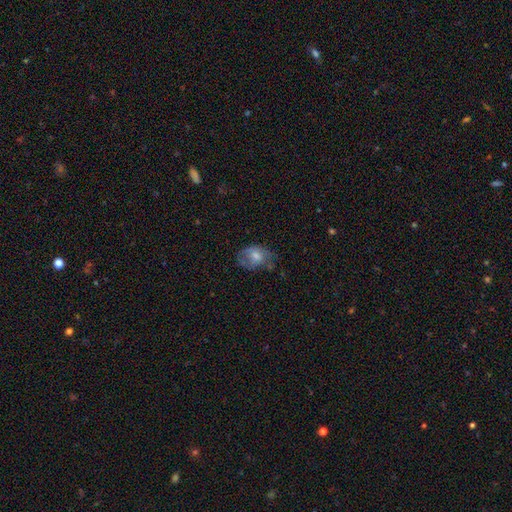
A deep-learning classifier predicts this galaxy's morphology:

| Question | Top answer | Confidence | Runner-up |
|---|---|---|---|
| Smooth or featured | smooth | 58% | featured or disk (33%) |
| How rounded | in between | 70% | round (29%) |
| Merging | none | 45% | minor disturbance (31%) |